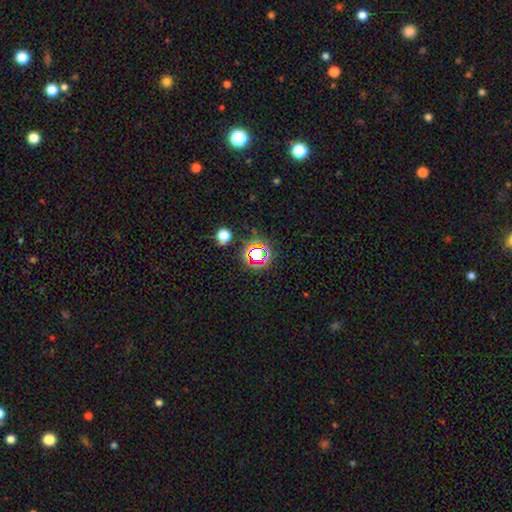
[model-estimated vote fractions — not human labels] A star or artifact, not a galaxy (62%).